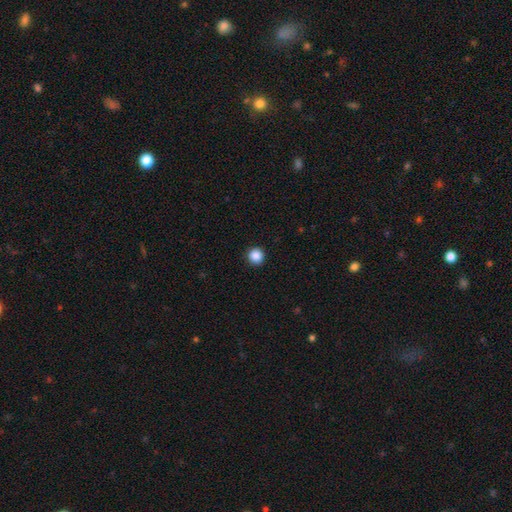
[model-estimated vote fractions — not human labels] This appears to be a smooth galaxy with no disk features (88%) that is round (93%). Merging: none (92%).